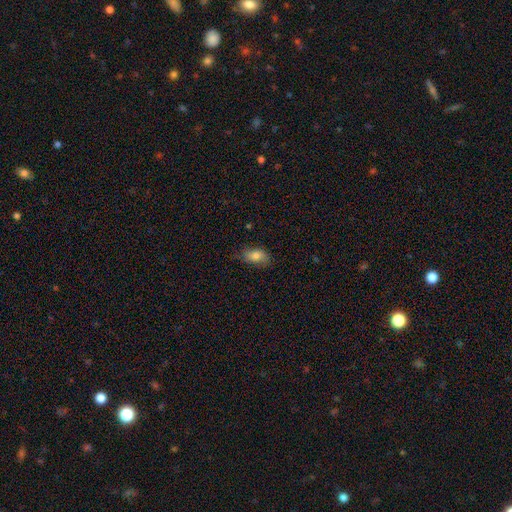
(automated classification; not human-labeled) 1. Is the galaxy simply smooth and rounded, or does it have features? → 80% smooth, 12% featured or disk, 8% star or artifact.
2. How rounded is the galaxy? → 90% in between, 6% round, 4% cigar-shaped.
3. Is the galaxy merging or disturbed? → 68% none, 25% minor disturbance, 6% major disturbance, 1% merger.